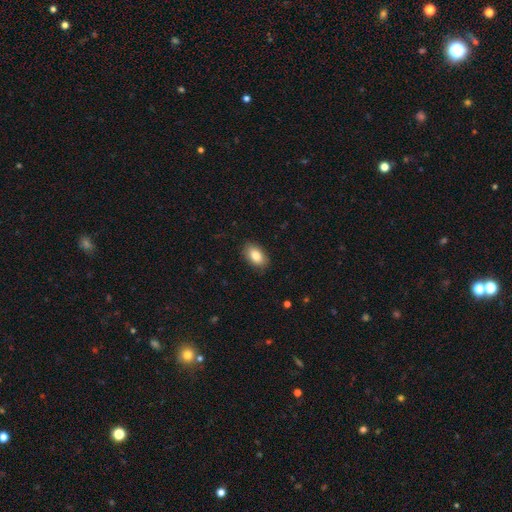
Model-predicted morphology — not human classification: Smooth or featured?
  - smooth: 85% *
  - featured or disk: 8%
  - star or artifact: 7%
How rounded?
  - in between: 92% *
  - round: 7%
  - cigar-shaped: 2%
Merging?
  - none: 87% *
  - minor disturbance: 10%
  - major disturbance: 2%
  - merger: 1%